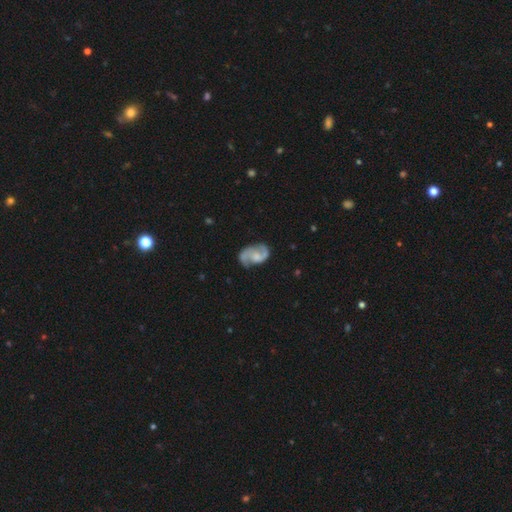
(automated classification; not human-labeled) Overall: featured or disk (82%). Edge-on disk: no (98%). Bar: no (59%; weak 35%). Spiral arms: yes (95%). Spiral arm count: 2 (89%). Spiral winding: medium (51%; loose 32%). Bulge size: moderate (38%; small 33%). Merging: none (69%).